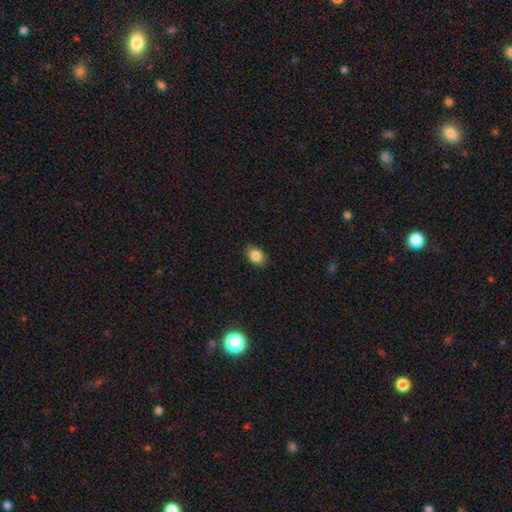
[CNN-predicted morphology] type=smooth (86%); roundness=in between (63%); merging=none (87%).